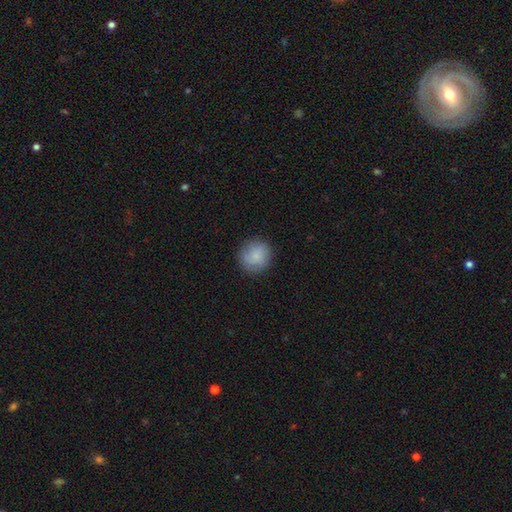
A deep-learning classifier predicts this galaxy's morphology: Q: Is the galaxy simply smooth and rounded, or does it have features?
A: smooth — 85%.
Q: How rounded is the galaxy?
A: round — 91%.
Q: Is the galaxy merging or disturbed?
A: none — 85%.